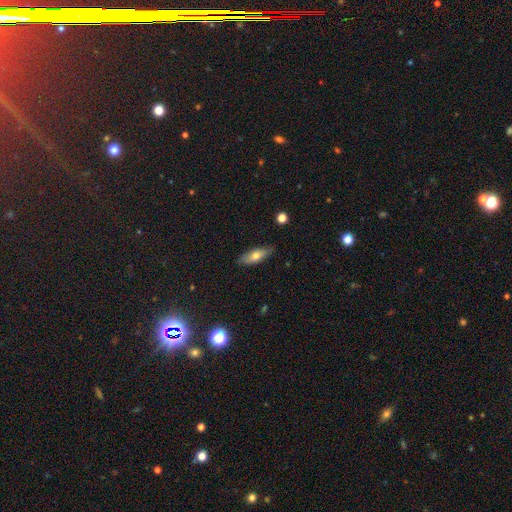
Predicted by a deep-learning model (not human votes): smooth-or-featured: smooth: 63% | featured or disk: 30% | star or artifact: 7%
  how-rounded: in between: 61% | cigar-shaped: 36% | round: 3%
  merging: none: 84% | minor disturbance: 13% | major disturbance: 2% | merger: 1%